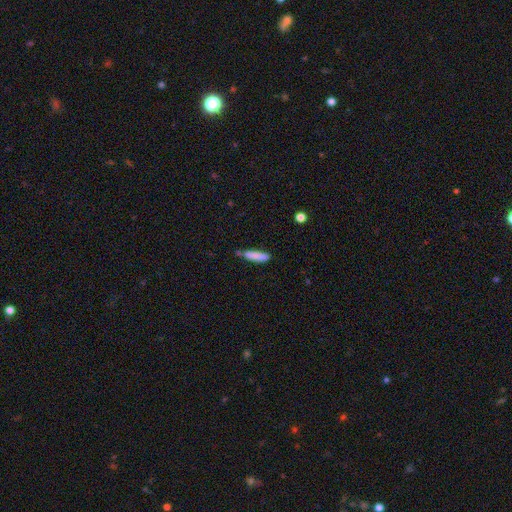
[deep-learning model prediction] This is clearly a smooth galaxy (84%). How rounded: likely cigar-shaped (72%). Merging: likely none (65%).